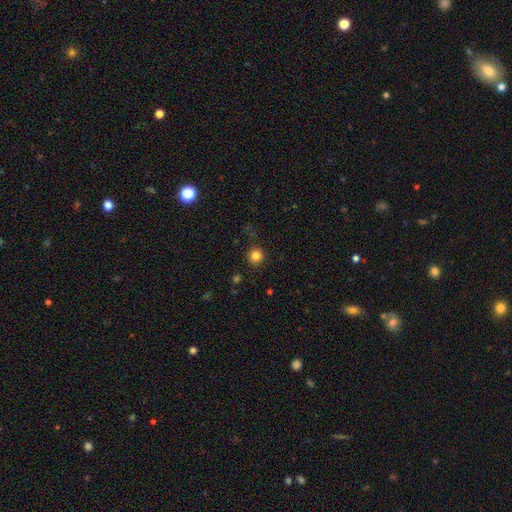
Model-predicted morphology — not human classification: Smooth or featured? smooth (82%)
How rounded? round (94%)
Merging? none (88%)